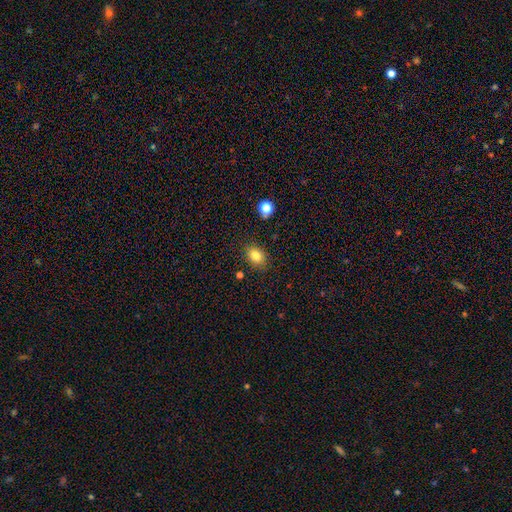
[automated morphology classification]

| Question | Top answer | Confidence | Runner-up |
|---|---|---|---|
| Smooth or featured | smooth | 83% | star or artifact (11%) |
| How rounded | in between | 61% | round (38%) |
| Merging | none | 84% | minor disturbance (11%) |